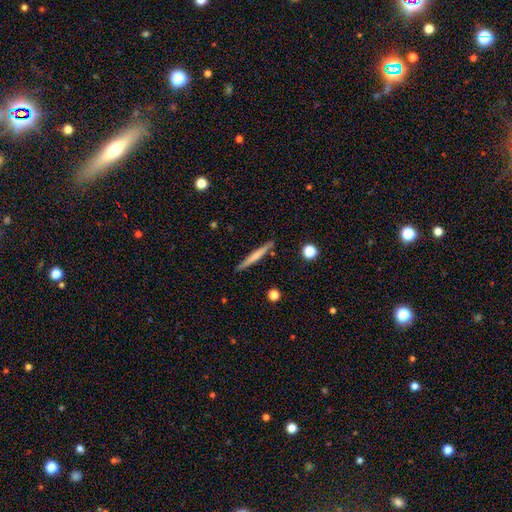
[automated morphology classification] A smooth galaxy with no disk features (50%). Merging: none (88%).